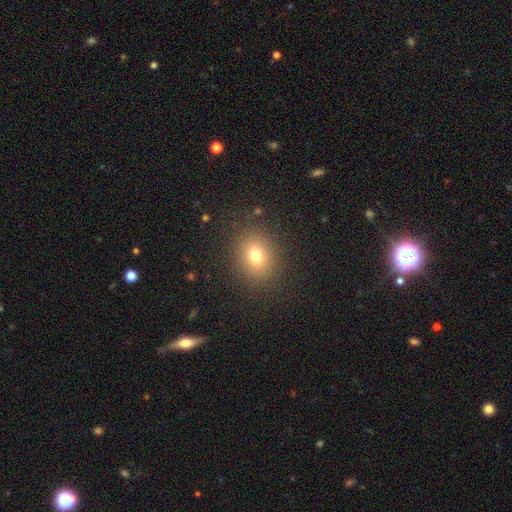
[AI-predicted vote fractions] smooth-or-featured: smooth: 75% | star or artifact: 15% | featured or disk: 11%
  how-rounded: round: 59% | in between: 40% | cigar-shaped: 1%
  merging: none: 87% | minor disturbance: 8% | major disturbance: 4% | merger: 1%